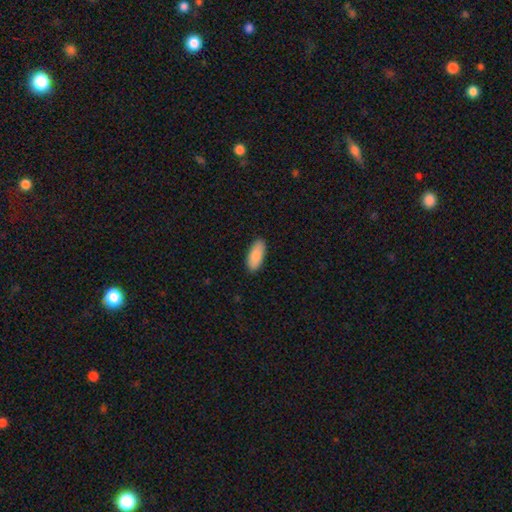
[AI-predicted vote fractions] This appears to be a smooth galaxy with no disk features (89%) that is in between round and cigar-shaped (85%). Merging: none (88%).